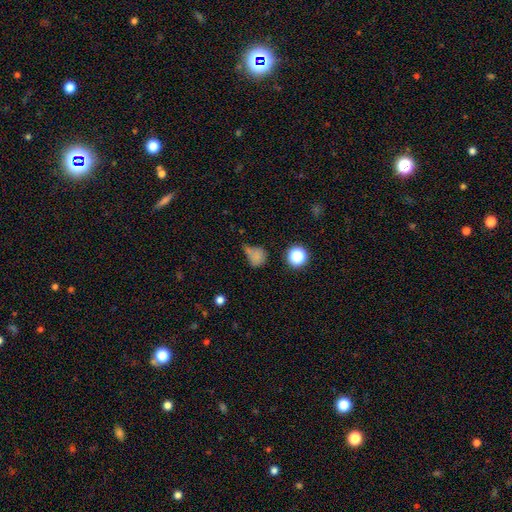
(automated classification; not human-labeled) smooth-or-featured: smooth: 72% | star or artifact: 18% | featured or disk: 10%
  how-rounded: round: 69% | in between: 29% | cigar-shaped: 2%
  merging: none: 37% | minor disturbance: 29% | major disturbance: 18% | merger: 16%